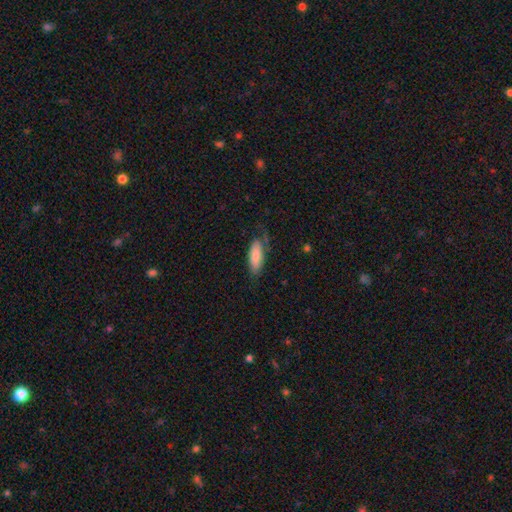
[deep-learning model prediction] smooth-or-featured: smooth: 76% | featured or disk: 18% | star or artifact: 6%
  how-rounded: in between: 69% | cigar-shaped: 29% | round: 2%
  merging: none: 57% | minor disturbance: 28% | major disturbance: 13% | merger: 2%